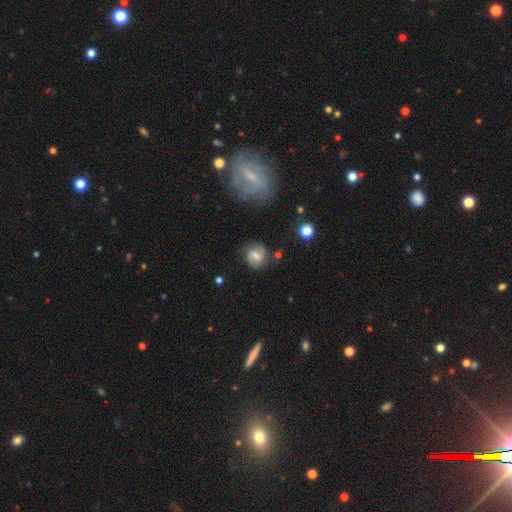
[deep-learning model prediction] The model was most divided on "bulge size": moderate: 44%, small: 41%, none: 10%, large: 4%, dominant: 1%. Remaining: edge-on disk — no (97%); spiral arms — yes (91%); spiral arm count — 2 (86%); merging — none (76%); smooth or featured — featured or disk (65%); bar — weak (54%); spiral winding — medium (48%).